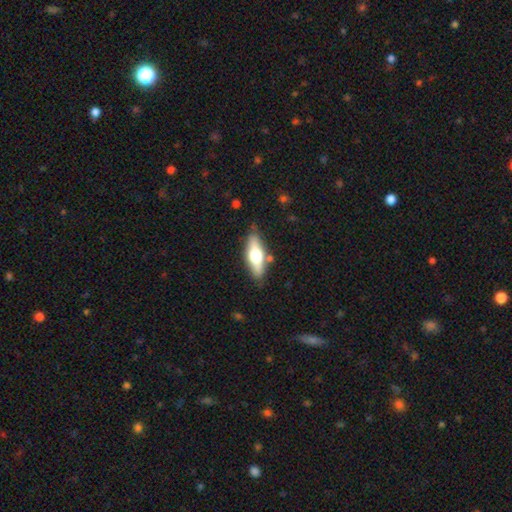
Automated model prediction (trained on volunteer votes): Overall: smooth (50%; featured or disk 43%). How rounded: in between (58%; cigar-shaped 39%). Merging: none (81%).